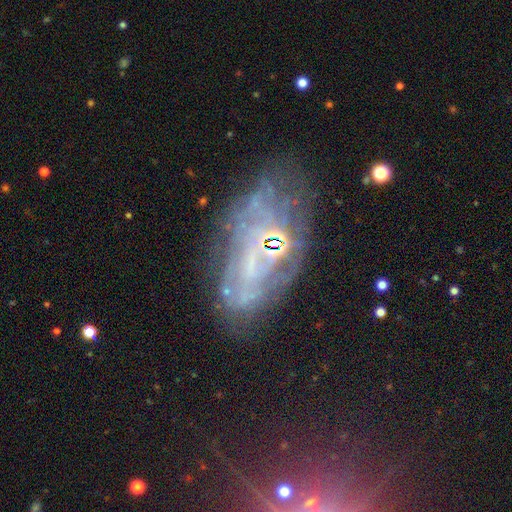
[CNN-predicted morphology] This is likely a featured or disk galaxy (64%). It is clearly not viewed edge-on (91%). Bar: likely no (63%). Spiral arm pattern: possibly yes (50%, tied with no). Central bulge: possibly none (47%). Merging: possibly none (59%).